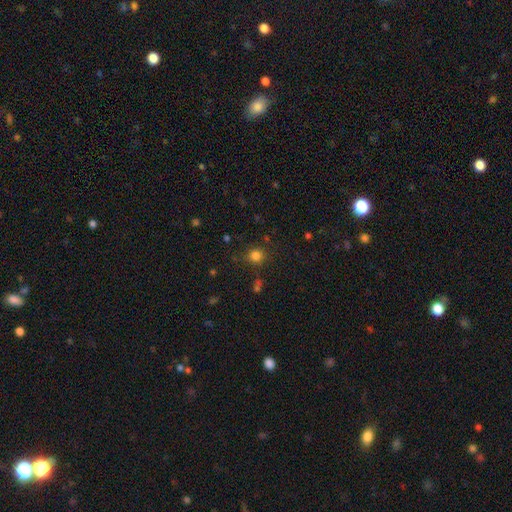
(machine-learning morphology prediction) smooth-or-featured: smooth: 79% | star or artifact: 16% | featured or disk: 5%
  how-rounded: round: 86% | in between: 13% | cigar-shaped: 1%
  merging: none: 82% | minor disturbance: 11% | major disturbance: 4% | merger: 3%